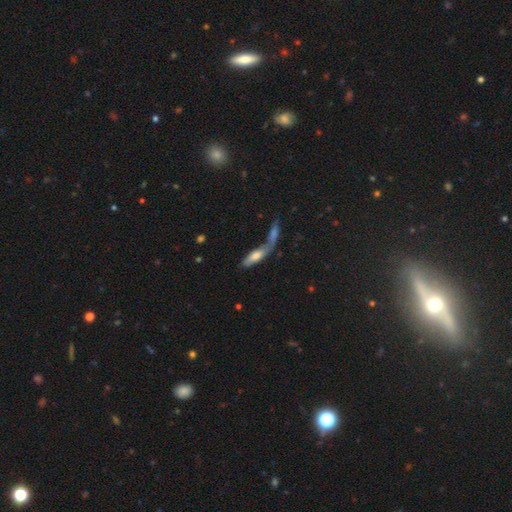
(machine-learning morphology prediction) This appears to be a smooth galaxy with no disk features (64%) that is in between round and cigar-shaped (51%). Merging: merger (56%).